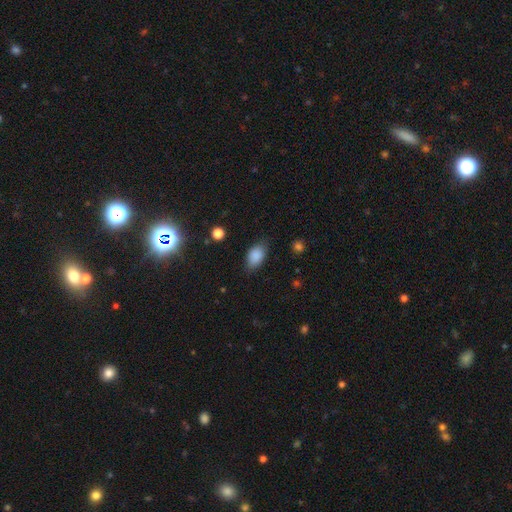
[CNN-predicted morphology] Smooth or featured?
  - smooth: 86% *
  - star or artifact: 8%
  - featured or disk: 6%
How rounded?
  - in between: 90% *
  - round: 8%
  - cigar-shaped: 2%
Merging?
  - none: 77% *
  - minor disturbance: 18%
  - major disturbance: 4%
  - merger: 1%